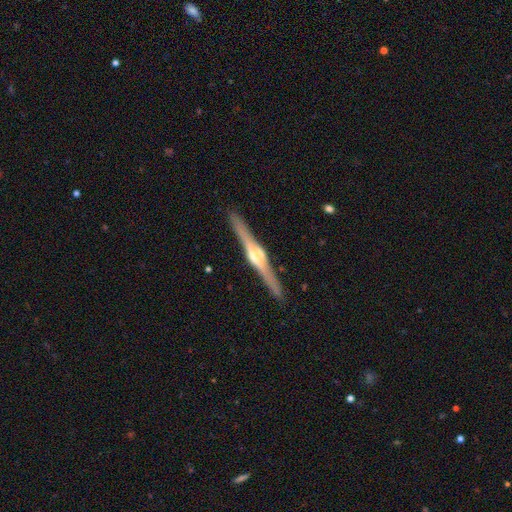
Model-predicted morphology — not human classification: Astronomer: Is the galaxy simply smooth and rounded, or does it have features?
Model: featured or disk — 86%.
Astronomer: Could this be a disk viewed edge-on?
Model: yes — 98%.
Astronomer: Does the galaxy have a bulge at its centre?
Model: rounded — 90%.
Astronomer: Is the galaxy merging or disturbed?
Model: none — 90%.